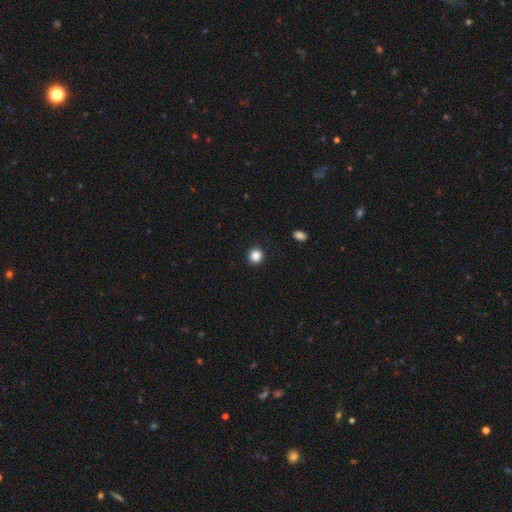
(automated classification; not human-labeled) This is clearly a smooth galaxy (87%). How rounded: clearly round (93%). Merging: clearly none (93%).